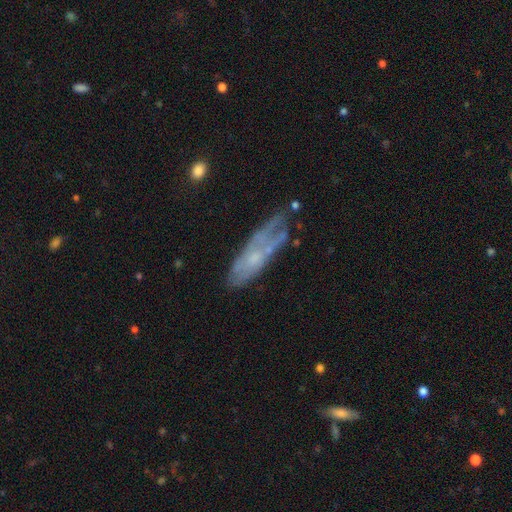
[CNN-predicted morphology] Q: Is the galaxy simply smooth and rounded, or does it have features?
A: featured or disk — 57%.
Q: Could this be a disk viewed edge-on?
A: no — 76%.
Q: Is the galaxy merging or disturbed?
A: none — 47%.